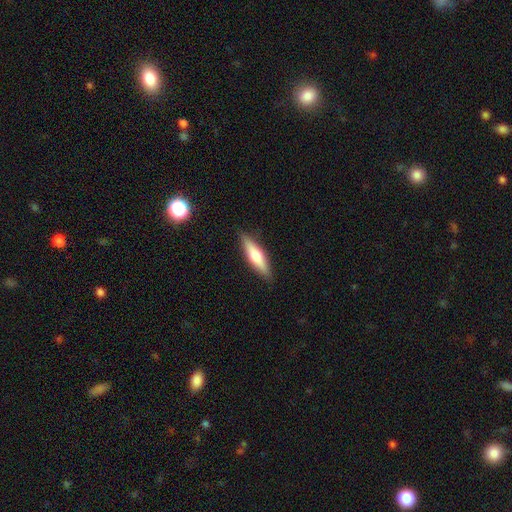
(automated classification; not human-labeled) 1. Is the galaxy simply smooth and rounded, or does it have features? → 56% smooth, 38% featured or disk, 6% star or artifact.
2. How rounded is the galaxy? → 69% cigar-shaped, 29% in between, 2% round.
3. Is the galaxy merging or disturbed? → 89% none, 9% minor disturbance, 2% major disturbance, 1% merger.